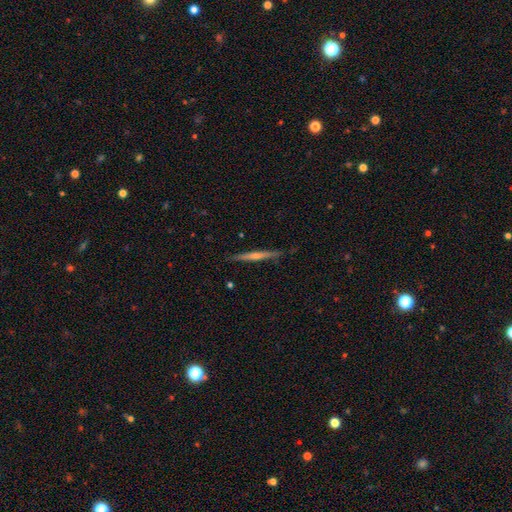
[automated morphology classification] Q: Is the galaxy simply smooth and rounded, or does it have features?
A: featured or disk — 70%.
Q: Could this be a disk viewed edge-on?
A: yes — 98%.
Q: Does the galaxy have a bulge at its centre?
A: rounded — 63%.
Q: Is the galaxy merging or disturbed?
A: none — 90%.